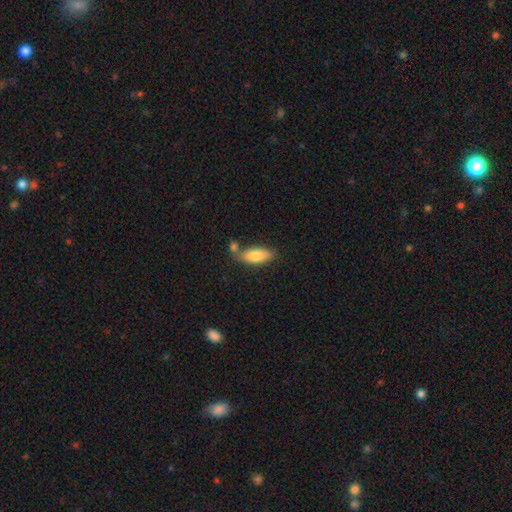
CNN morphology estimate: Smooth or featured?
  - smooth: 79% *
  - featured or disk: 15%
  - star or artifact: 6%
How rounded?
  - in between: 80% *
  - cigar-shaped: 18%
  - round: 2%
Merging?
  - none: 59% *
  - merger: 20%
  - minor disturbance: 16%
  - major disturbance: 4%